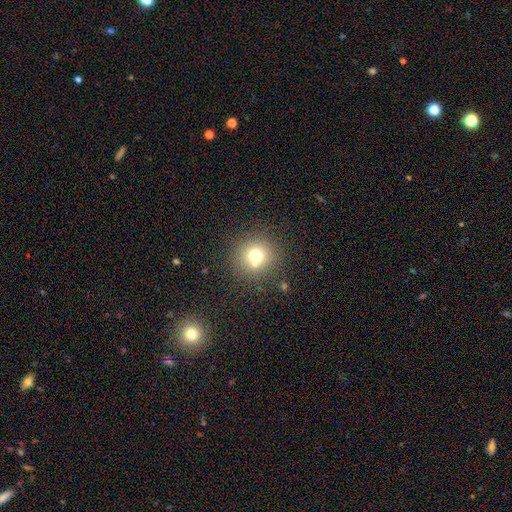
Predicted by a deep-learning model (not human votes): smooth-or-featured: smooth: 70% | star or artifact: 15% | featured or disk: 15%
  how-rounded: round: 92% | in between: 7% | cigar-shaped: 1%
  merging: none: 70% | merger: 18% | minor disturbance: 9% | major disturbance: 4%